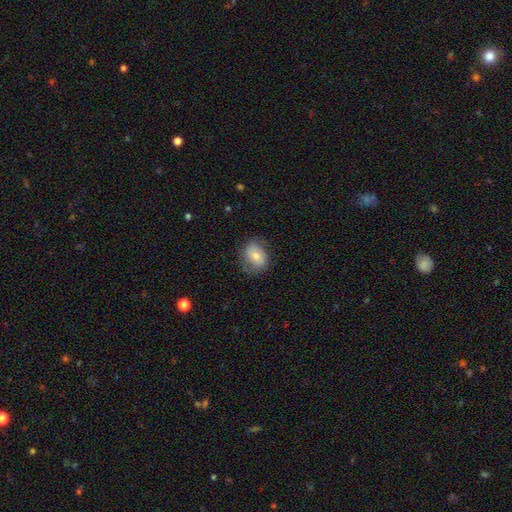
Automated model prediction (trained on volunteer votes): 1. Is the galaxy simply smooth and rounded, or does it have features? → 70% smooth, 22% featured or disk, 8% star or artifact.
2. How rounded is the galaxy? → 63% in between, 36% round, 1% cigar-shaped.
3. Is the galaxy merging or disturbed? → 72% none, 20% minor disturbance, 7% major disturbance, 1% merger.